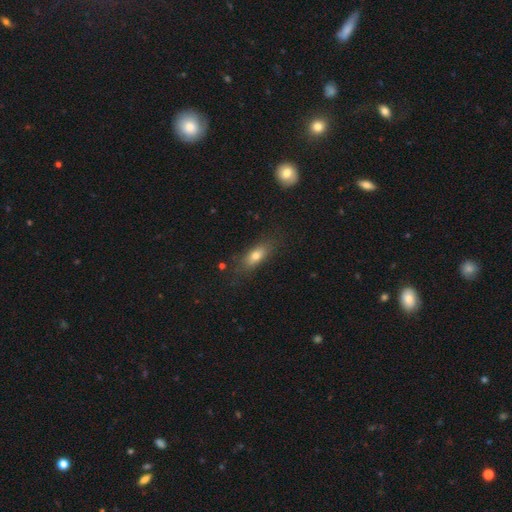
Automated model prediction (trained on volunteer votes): The model was most divided on "how rounded": in between: 69%, cigar-shaped: 26%, round: 5%. More confident: merging — none (76%); smooth or featured — smooth (72%).